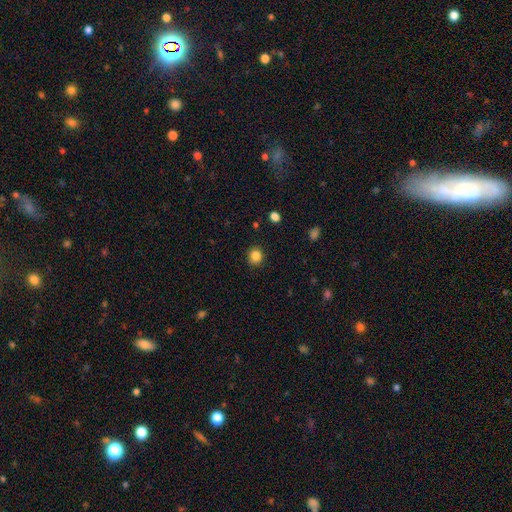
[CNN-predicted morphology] smooth-or-featured: smooth: 85% | star or artifact: 11% | featured or disk: 4%
  how-rounded: round: 84% | in between: 16% | cigar-shaped: 1%
  merging: none: 89% | minor disturbance: 7% | major disturbance: 2% | merger: 1%